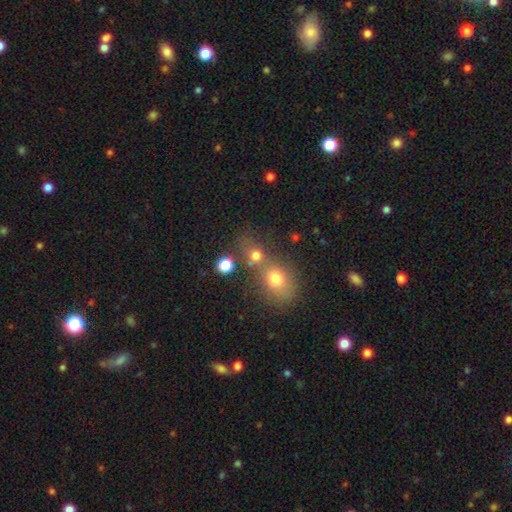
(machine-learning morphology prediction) The model was most divided on "merging": merger: 50%, none: 37%, minor disturbance: 8%, major disturbance: 6%. More confident: smooth or featured — smooth (70%); how rounded — round (68%).